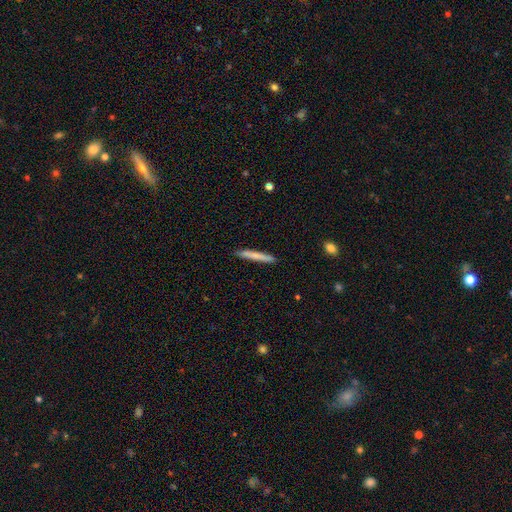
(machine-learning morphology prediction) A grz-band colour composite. It shows a smooth galaxy with no disk features (74%) that is cigar-shaped (96%). Merging: none (90%).